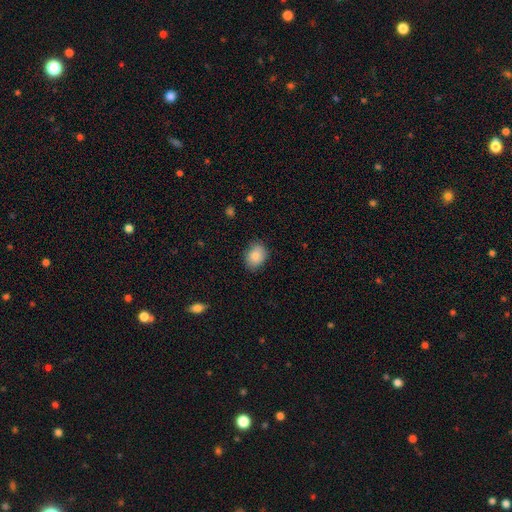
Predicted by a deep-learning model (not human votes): Smooth or featured? smooth (86%)
How rounded? in between (61%)
Merging? none (82%)